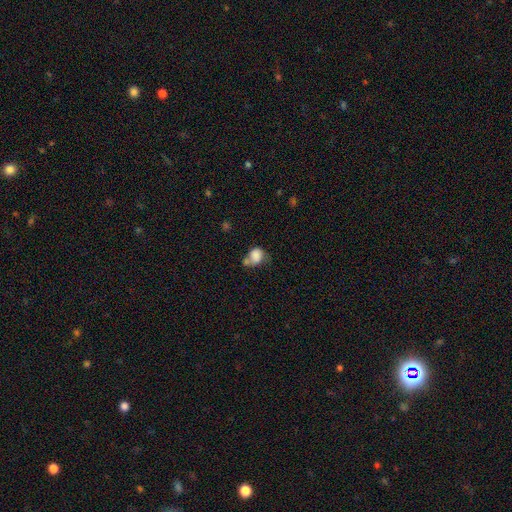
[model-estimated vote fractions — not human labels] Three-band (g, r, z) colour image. It shows a smooth galaxy with no disk features (78%) that is round (52%). Merging: merger (35%).